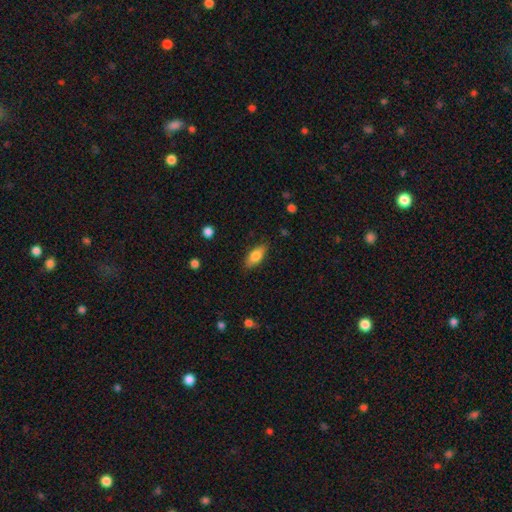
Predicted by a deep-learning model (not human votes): This is clearly a smooth galaxy (81%). How rounded: clearly in between (82%). Merging: clearly none (85%).